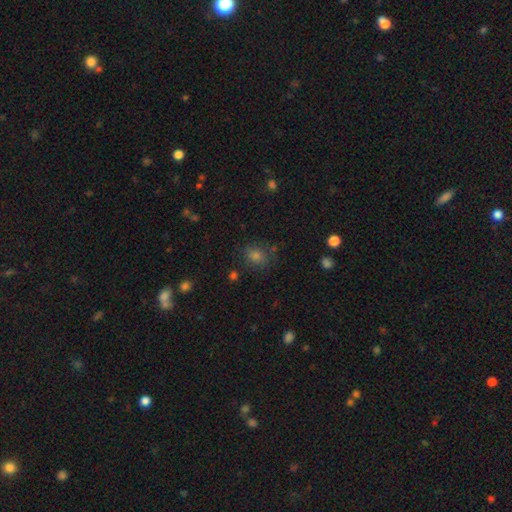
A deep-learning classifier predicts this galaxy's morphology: smooth_or_featured: smooth (p=0.68) [alt: star or artifact p=0.24]
how_rounded: round (p=0.65) [alt: in between p=0.33]
merging: none (p=0.79) [alt: minor disturbance p=0.13]